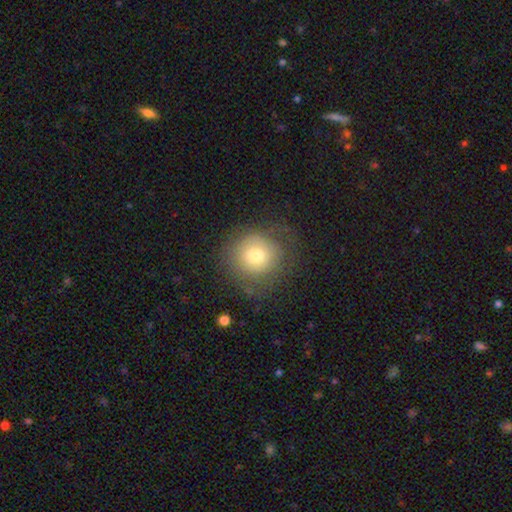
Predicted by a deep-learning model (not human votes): This appears to be a smooth galaxy with no disk features (70%) that is round (87%). Merging: none (68%).